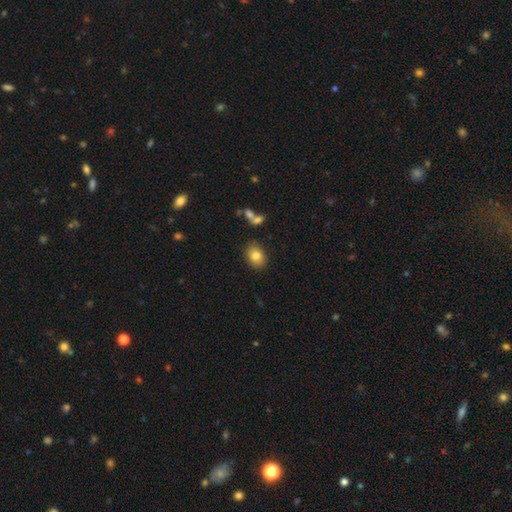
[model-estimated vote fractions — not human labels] This is clearly a smooth galaxy (82%). How rounded: likely in between (73%). Merging: clearly none (83%).